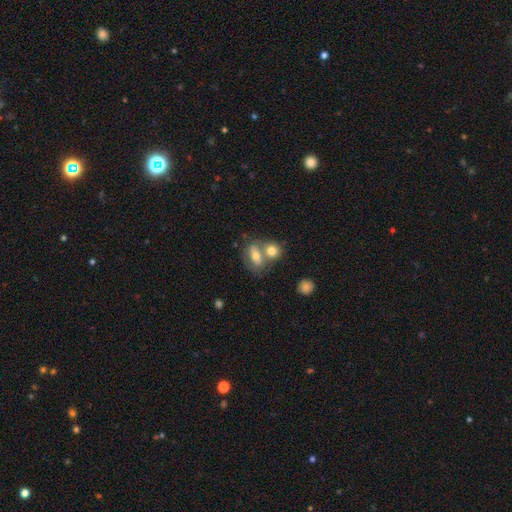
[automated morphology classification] A smooth galaxy with no disk features (64%) that is in between round and cigar-shaped (72%).

Vote fractions:
- Smooth or featured? smooth: 64% / featured or disk: 27% / star or artifact: 9%
- How rounded? in between: 72% / round: 24% / cigar-shaped: 4%
- Merging? merger: 56% / none: 31% / minor disturbance: 9% / major disturbance: 4%